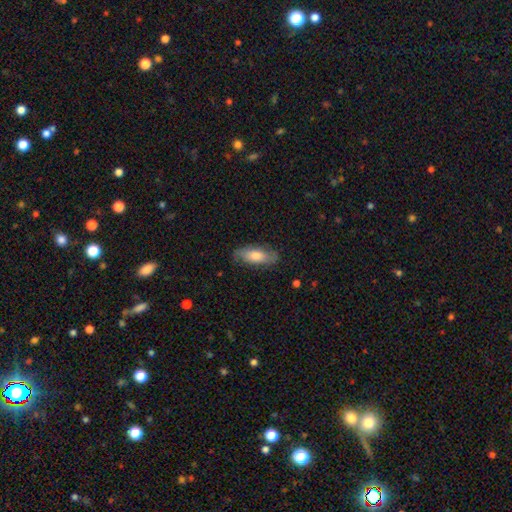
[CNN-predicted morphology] A smooth galaxy with no disk features (62%) that is in between round and cigar-shaped (71%).

Vote fractions:
- Smooth or featured? smooth: 62% / featured or disk: 32% / star or artifact: 6%
- How rounded? in between: 71% / cigar-shaped: 26% / round: 3%
- Merging? none: 79% / minor disturbance: 16% / major disturbance: 4% / merger: 1%